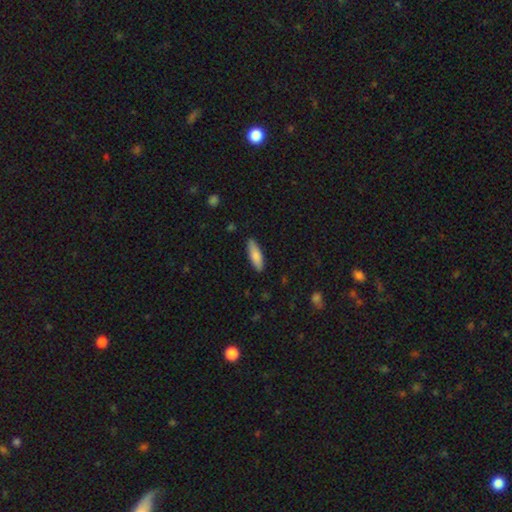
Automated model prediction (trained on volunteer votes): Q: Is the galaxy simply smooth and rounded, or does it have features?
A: smooth — 84%.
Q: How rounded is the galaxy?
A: cigar-shaped — 54%.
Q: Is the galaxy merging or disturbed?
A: none — 87%.